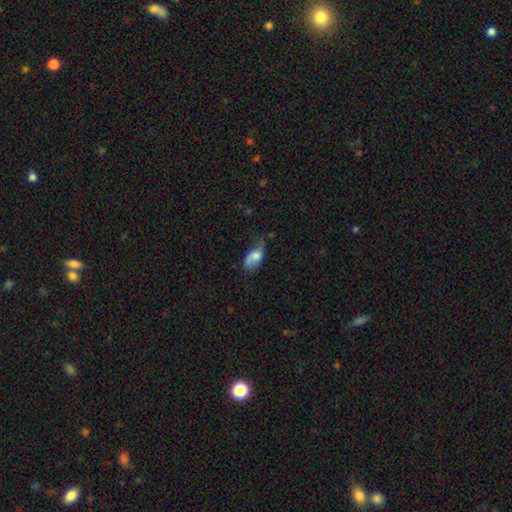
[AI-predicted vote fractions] Smooth or featured? Predicted: smooth (p=0.71). How rounded? Predicted: in between (p=0.90). Merging? Predicted: minor disturbance (p=0.40).